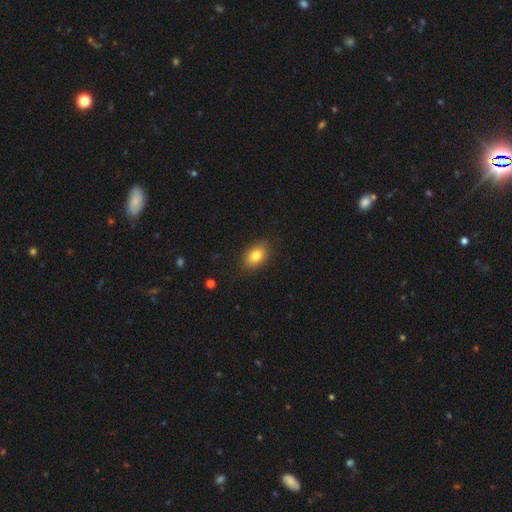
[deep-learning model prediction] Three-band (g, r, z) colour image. It shows a smooth galaxy with no disk features (80%) that is in between round and cigar-shaped (81%). Merging: none (86%).